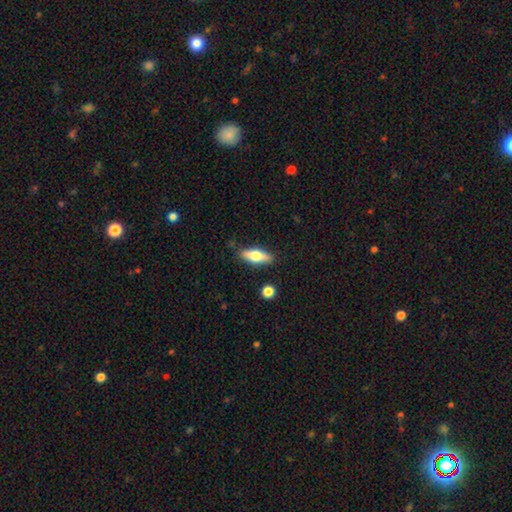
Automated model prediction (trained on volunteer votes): smooth-or-featured: smooth: 63% | featured or disk: 31% | star or artifact: 6%
  how-rounded: in between: 59% | cigar-shaped: 38% | round: 3%
  merging: none: 84% | minor disturbance: 11% | merger: 3% | major disturbance: 2%